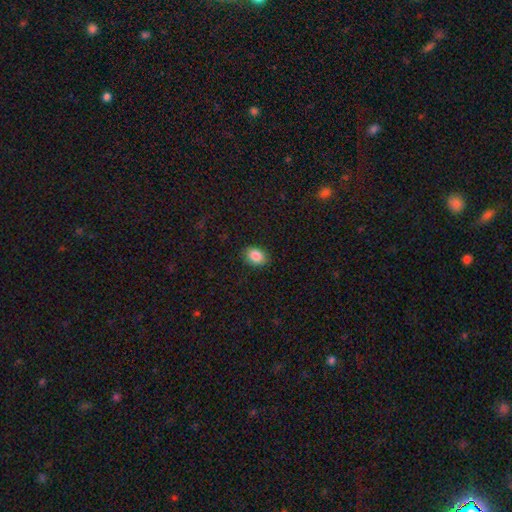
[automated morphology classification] A smooth galaxy with no disk features (87%) that is in between round and cigar-shaped (75%).

Vote fractions:
- Smooth or featured? smooth: 87% / star or artifact: 8% / featured or disk: 5%
- How rounded? in between: 75% / round: 24% / cigar-shaped: 1%
- Merging? none: 87% / minor disturbance: 10% / major disturbance: 2% / merger: 1%